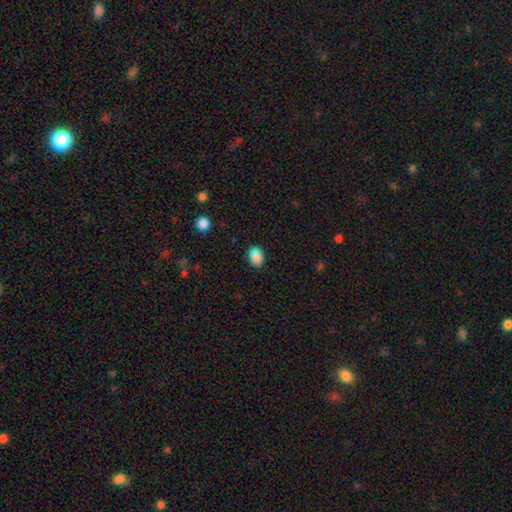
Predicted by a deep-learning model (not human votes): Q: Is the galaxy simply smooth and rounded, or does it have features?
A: smooth — 89%.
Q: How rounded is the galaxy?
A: in between — 84%.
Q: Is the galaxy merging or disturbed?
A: none — 87%.